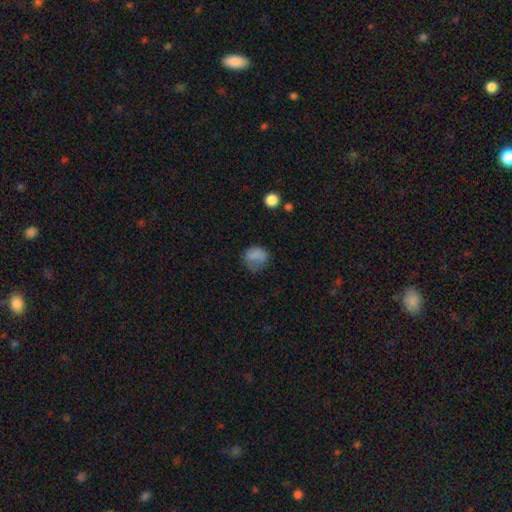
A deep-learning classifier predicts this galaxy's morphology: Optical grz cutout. It shows a smooth galaxy with no disk features (79%) that is round (72%). Merging: none (58%).